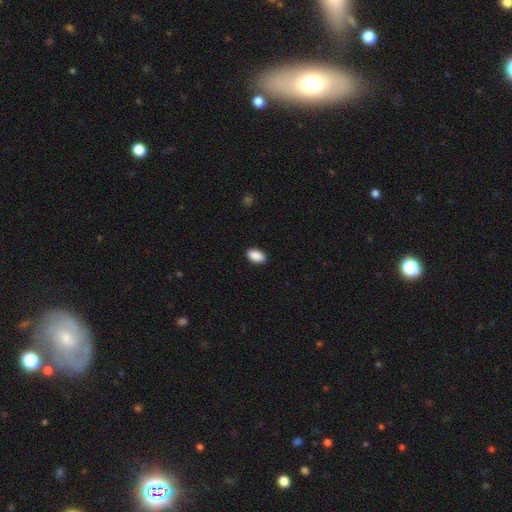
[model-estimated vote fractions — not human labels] The model was most divided on "merging": none: 90%, minor disturbance: 8%, major disturbance: 2%, merger: 1%. More confident: how rounded — in between (92%); smooth or featured — smooth (91%).